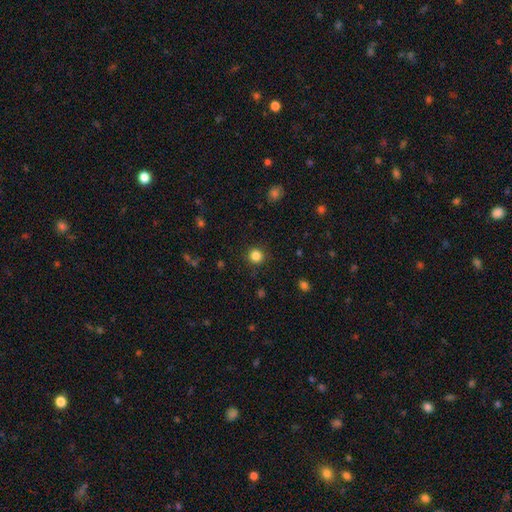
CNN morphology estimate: The model was most divided on "smooth or featured": smooth: 84%, star or artifact: 12%, featured or disk: 4%. More confident: how rounded — round (93%); merging — none (90%).